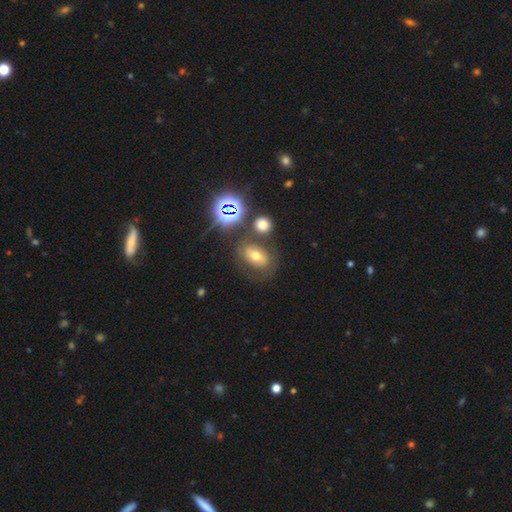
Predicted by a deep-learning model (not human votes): Morphology: type=smooth (45%); merging=none (59%).